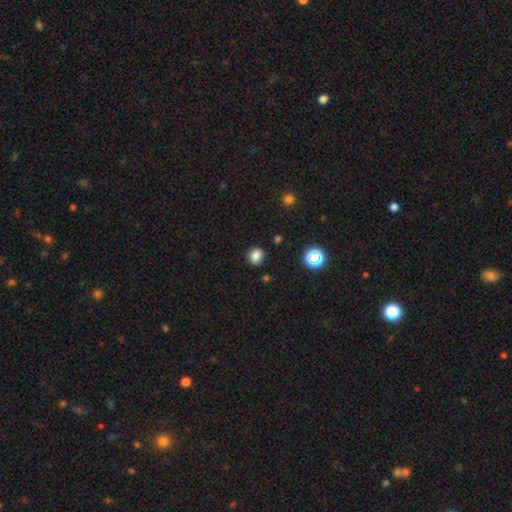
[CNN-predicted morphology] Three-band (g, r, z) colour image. It shows a smooth galaxy with no disk features (80%) that is round (78%). Merging: none (86%).